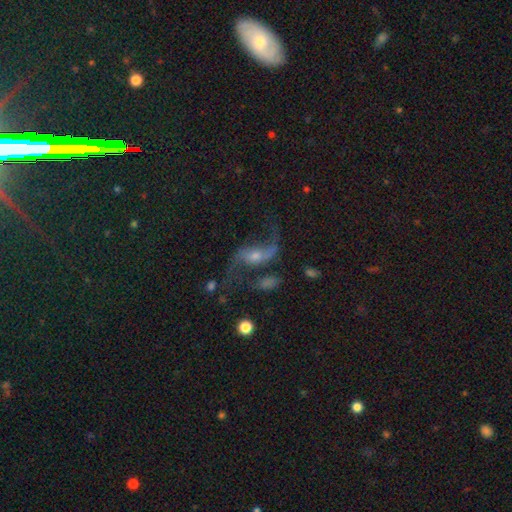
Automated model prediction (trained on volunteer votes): smooth-or-featured: featured or disk: 85% | star or artifact: 8% | smooth: 7%
  disk-edge-on: no: 95% | yes: 5%
    bar: no: 43% | weak: 35% | strong: 22%
    has-spiral-arms: yes: 95% | no: 5%
      spiral-winding: loose: 83% | medium: 13% | tight: 3%
      spiral-arm-count: 2: 92% | 1: 3% | can't tell: 2% | 3: 1% | 4: 1% | more than 4: 1%
    bulge-size: small: 49% | moderate: 42% | large: 4% | none: 4% | dominant: 1%
  merging: none: 63% | major disturbance: 16% | minor disturbance: 15% | merger: 5%